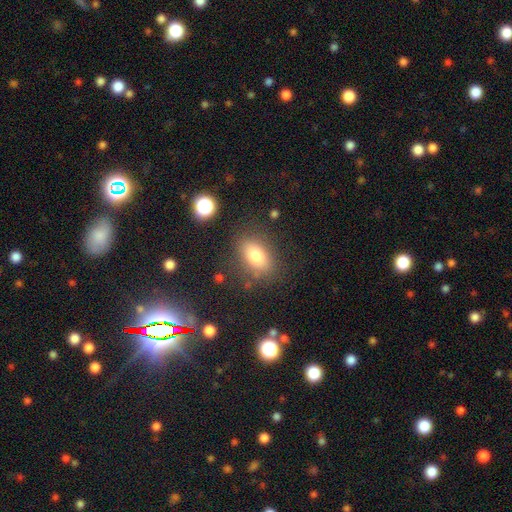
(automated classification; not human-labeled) Smooth or featured: smooth — 79% (featured or disk — 11%)
How rounded: in between — 83% (round — 14%)
Merging: none — 79% (minor disturbance — 13%)